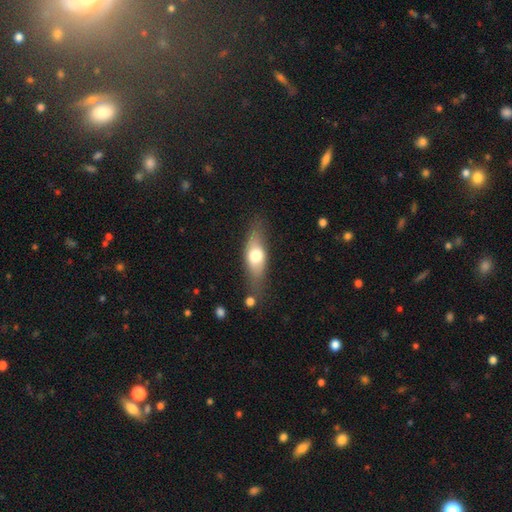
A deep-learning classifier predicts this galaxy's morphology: The model was most divided on "how rounded": in between: 57%, cigar-shaped: 38%, round: 5%. More confident: merging — none (73%); smooth or featured — smooth (57%).